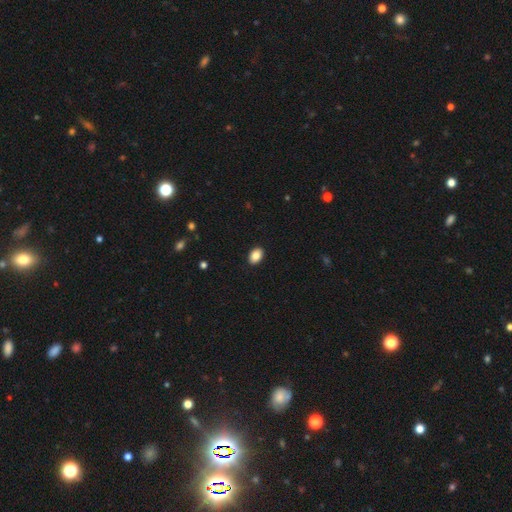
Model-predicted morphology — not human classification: Q: Smooth or featured?
A: smooth (87%); runner-up: star or artifact (8%)
Q: How rounded?
A: in between (83%); runner-up: round (16%)
Q: Merging?
A: none (90%); runner-up: minor disturbance (7%)